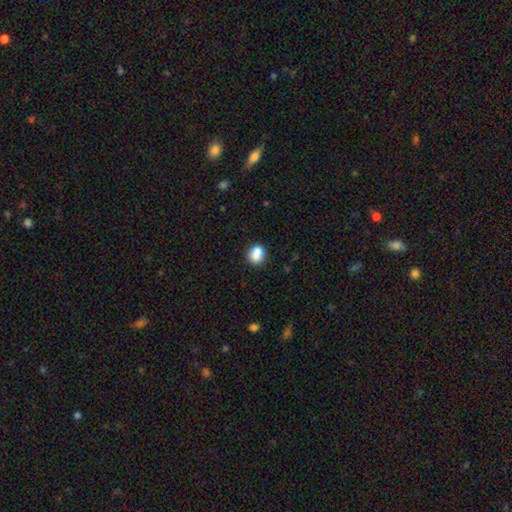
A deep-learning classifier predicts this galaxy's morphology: Q: Smooth or featured?
A: smooth (77%); runner-up: featured or disk (13%)
Q: How rounded?
A: round (69%); runner-up: in between (30%)
Q: Merging?
A: none (50%); runner-up: merger (33%)